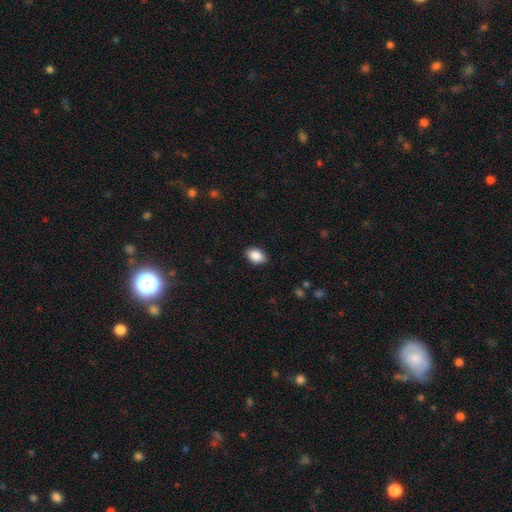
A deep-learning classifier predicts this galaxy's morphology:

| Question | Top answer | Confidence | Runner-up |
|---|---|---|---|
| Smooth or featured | smooth | 89% | star or artifact (7%) |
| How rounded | in between | 84% | round (15%) |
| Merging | none | 89% | minor disturbance (8%) |